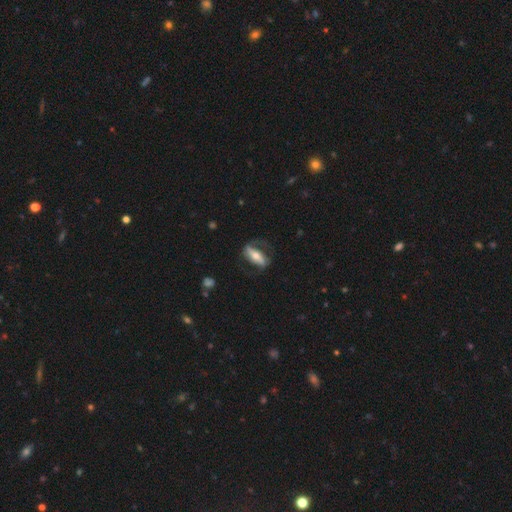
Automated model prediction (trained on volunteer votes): A featured or disk galaxy (68%) with a strong bar (62%), spiral arms (77%) and a moderate central bulge (59%).

Vote fractions:
- Smooth or featured? featured or disk: 68% / smooth: 26% / star or artifact: 6%
- Edge-on disk? no: 79% / yes: 21%
- Bar? strong: 62% / no: 21% / weak: 18%
- Spiral arms? yes: 77% / no: 23%
- Bulge size? moderate: 59% / small: 30% / large: 8% / dominant: 2% / none: 2%
- Merging? none: 61% / minor disturbance: 20% / major disturbance: 18% / merger: 2%